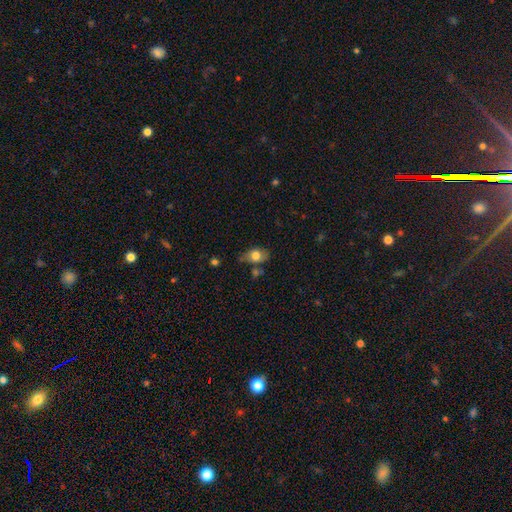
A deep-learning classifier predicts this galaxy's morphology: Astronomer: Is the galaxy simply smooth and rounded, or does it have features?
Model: smooth — 73%.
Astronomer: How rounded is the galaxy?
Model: in between — 78%.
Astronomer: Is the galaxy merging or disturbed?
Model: none — 53% (runner-up: minor disturbance, 28%).